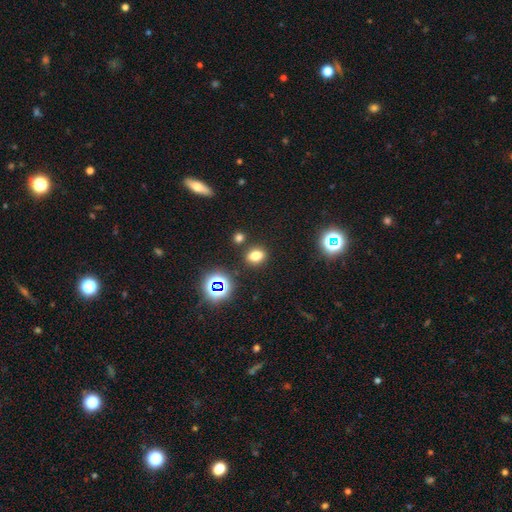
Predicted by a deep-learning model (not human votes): Smooth or featured: smooth — 70% (star or artifact — 22%)
How rounded: in between — 57% (round — 41%)
Merging: none — 82% (minor disturbance — 9%)